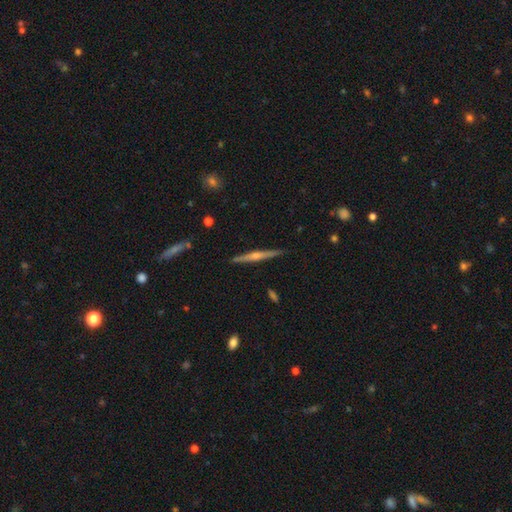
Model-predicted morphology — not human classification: Smooth or featured?
  - featured or disk: 74% *
  - smooth: 17%
  - star or artifact: 9%
Edge-on disk?
  - yes: 97% *
  - no: 3%
Edge-on bulge?
  - rounded: 85% *
  - none: 9%
  - boxy: 6%
Merging?
  - none: 89% *
  - minor disturbance: 7%
  - major disturbance: 2%
  - merger: 2%